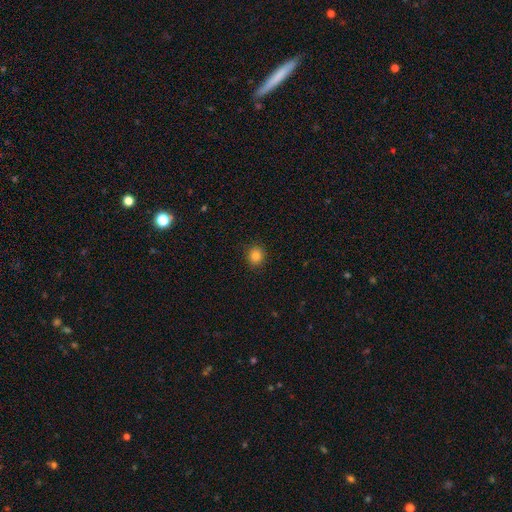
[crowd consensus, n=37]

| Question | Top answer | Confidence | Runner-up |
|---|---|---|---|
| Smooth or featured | smooth | 84% | featured or disk (8%) |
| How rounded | round | 87% | in between (13%) |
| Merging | none | 97% | major disturbance (3%) |